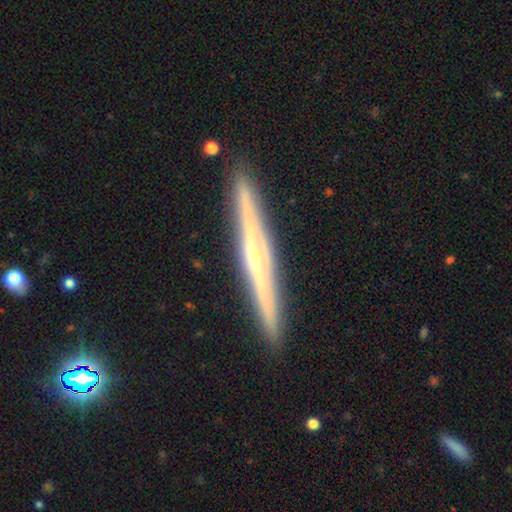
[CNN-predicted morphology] Overall: featured or disk (78%). Edge-on disk: yes (98%). Edge-on bulge: rounded (63%; none 30%). Merging: none (92%).